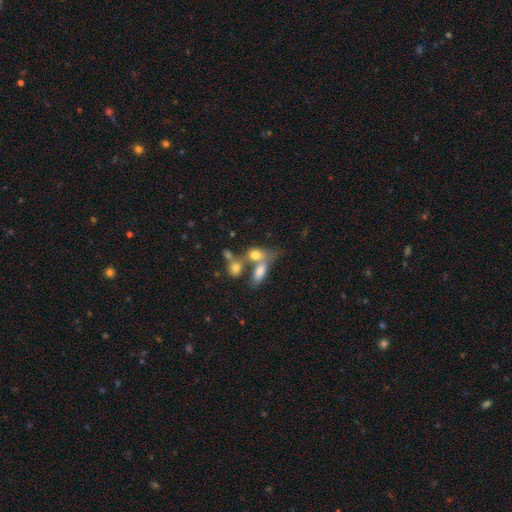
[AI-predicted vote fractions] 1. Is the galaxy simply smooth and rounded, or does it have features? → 68% smooth, 21% featured or disk, 11% star or artifact.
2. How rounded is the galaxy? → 74% in between, 19% round, 7% cigar-shaped.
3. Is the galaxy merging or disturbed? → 53% merger, 30% none, 10% minor disturbance, 7% major disturbance.